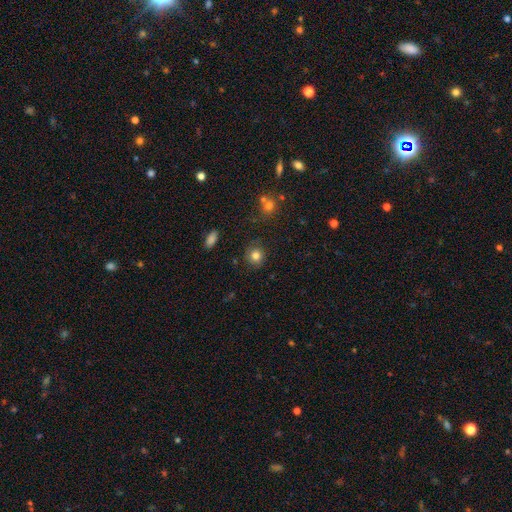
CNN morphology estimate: type=smooth (81%); roundness=round (87%); merging=none (85%).